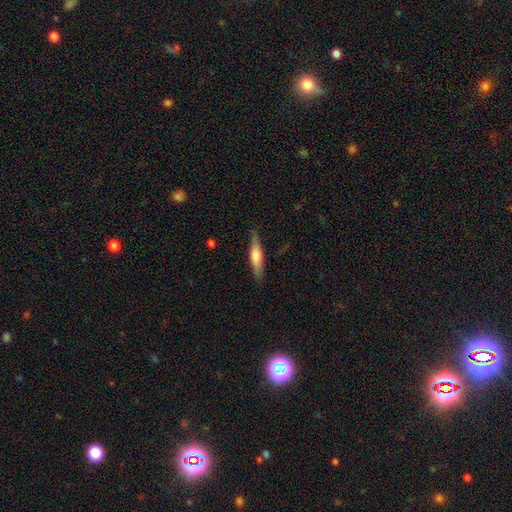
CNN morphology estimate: Smooth or featured? smooth (58%)
How rounded? cigar-shaped (78%)
Merging? none (80%)